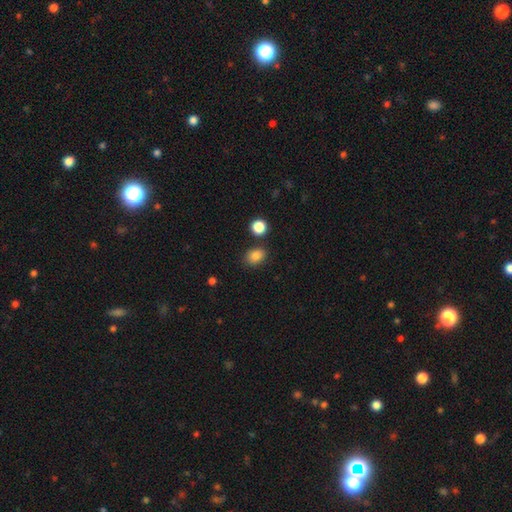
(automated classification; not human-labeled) Overall: smooth (84%). How rounded: in between (60%; round 39%). Merging: none (81%).